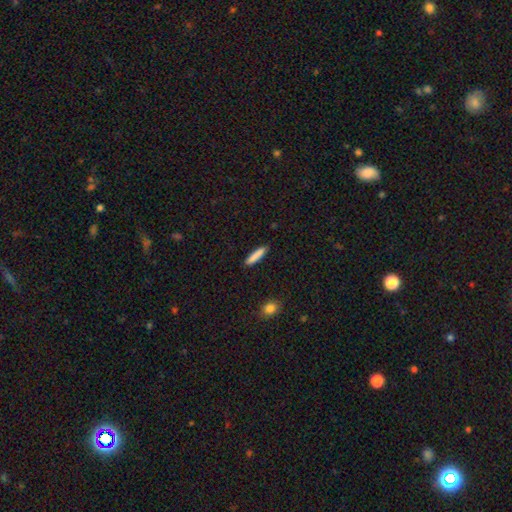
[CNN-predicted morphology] smooth 85%, featured or disk 9%, star or artifact 6%. Down the decision tree: how rounded — cigar-shaped (87%); merging — none (90%).